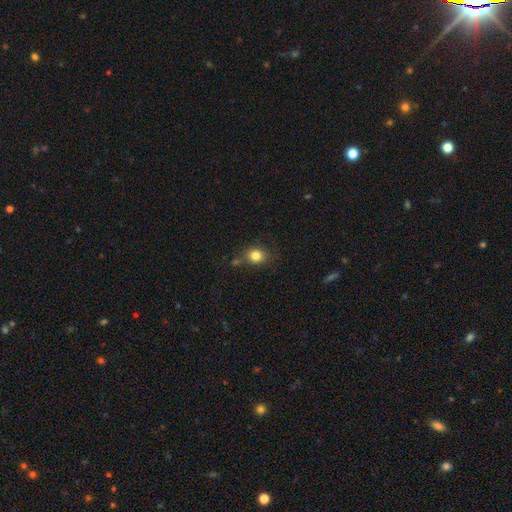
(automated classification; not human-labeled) Smooth or featured: smooth — 82% (star or artifact — 11%)
How rounded: round — 61% (in between — 38%)
Merging: none — 72% (minor disturbance — 16%)